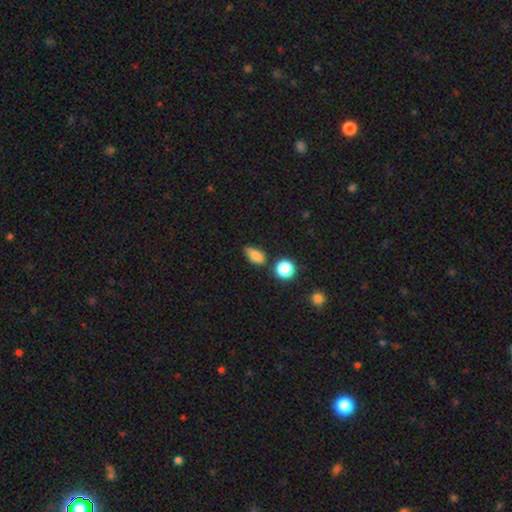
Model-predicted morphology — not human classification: A smooth galaxy with no disk features (80%) that is in between round and cigar-shaped (79%). Merging: none (65%).